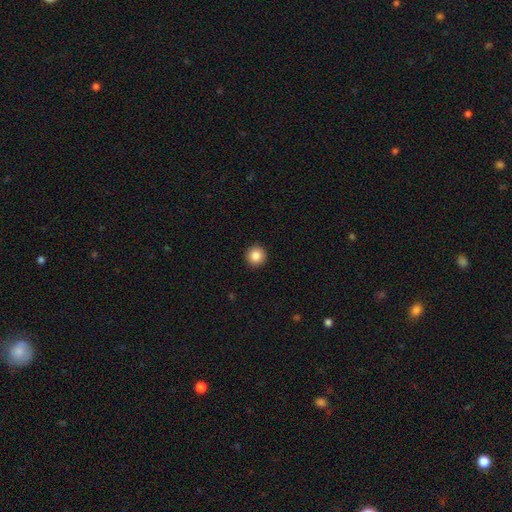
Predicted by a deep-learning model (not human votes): This appears to be a smooth galaxy with no disk features (86%) that is round (95%). Merging: none (93%).